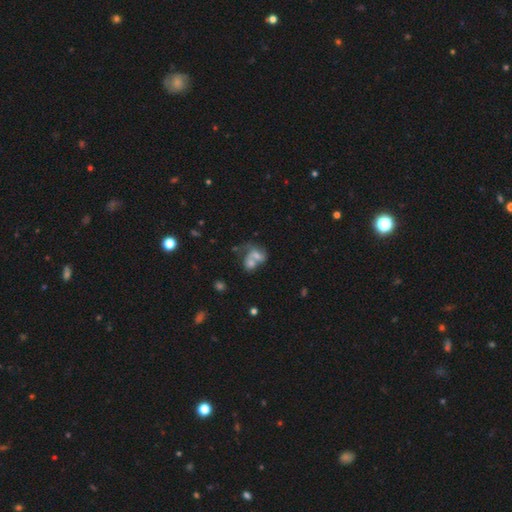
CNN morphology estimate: Smooth or featured?
  - smooth: 48% *
  - featured or disk: 37%
  - star or artifact: 16%
Merging?
  - merger: 64% *
  - none: 19%
  - major disturbance: 9%
  - minor disturbance: 8%